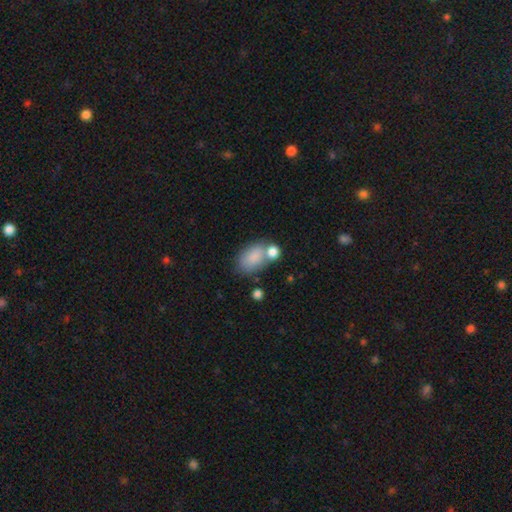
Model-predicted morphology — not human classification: Smooth or featured?
  - smooth: 82% *
  - featured or disk: 11%
  - star or artifact: 8%
How rounded?
  - in between: 86% *
  - round: 13%
  - cigar-shaped: 2%
Merging?
  - none: 42% *
  - merger: 34%
  - minor disturbance: 17%
  - major disturbance: 7%